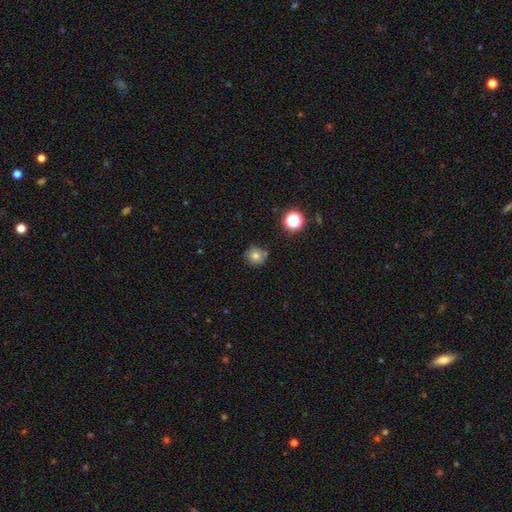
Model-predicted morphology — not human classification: Q: Smooth or featured?
A: smooth (75%); runner-up: star or artifact (15%)
Q: How rounded?
A: round (88%); runner-up: in between (11%)
Q: Merging?
A: none (72%); runner-up: minor disturbance (18%)